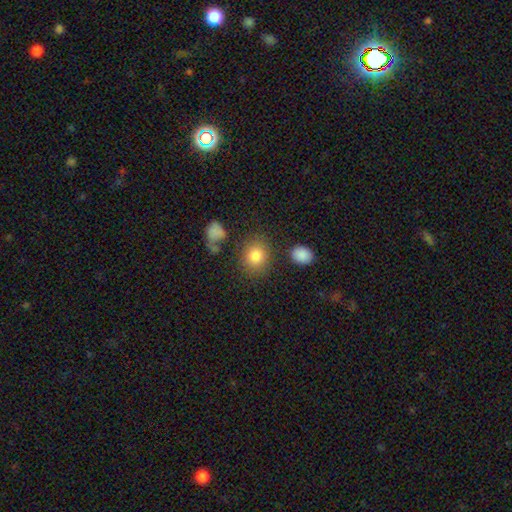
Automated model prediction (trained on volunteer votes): Smooth or featured? smooth (84%)
How rounded? round (71%)
Merging? none (78%)